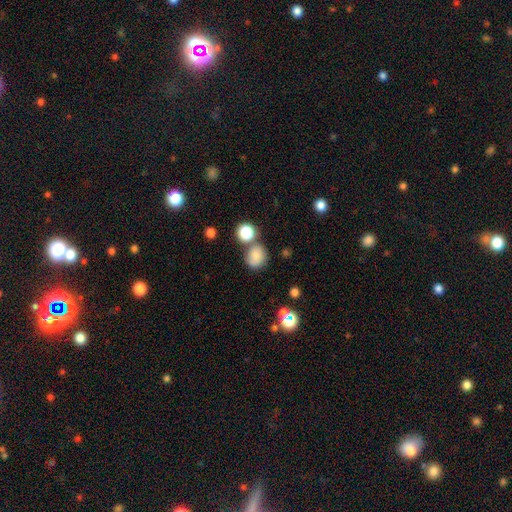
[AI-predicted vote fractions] Overall: smooth (79%). How rounded: round (75%). Merging: none (61%).